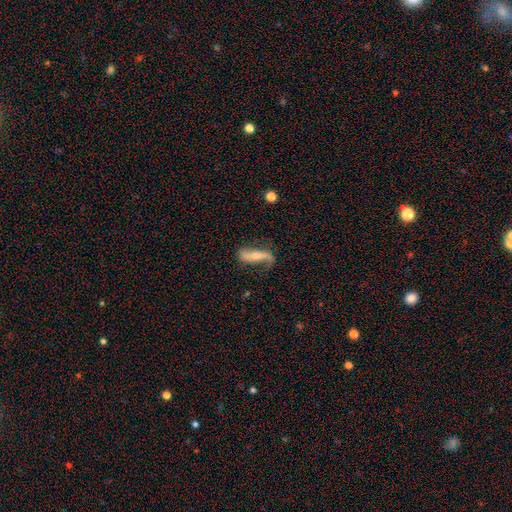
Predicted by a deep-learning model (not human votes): Overall: featured or disk (62%; smooth 31%). Edge-on disk: no (73%). Merging: none (60%; minor disturbance 24%).